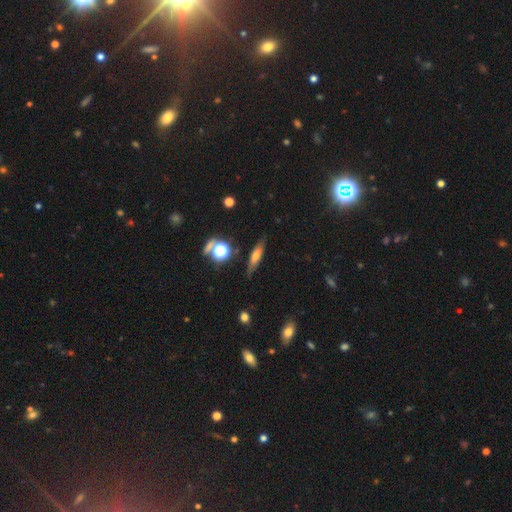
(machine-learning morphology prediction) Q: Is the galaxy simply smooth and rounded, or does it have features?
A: smooth — 53%.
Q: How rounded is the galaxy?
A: cigar-shaped — 63%.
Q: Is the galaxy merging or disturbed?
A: none — 80%.